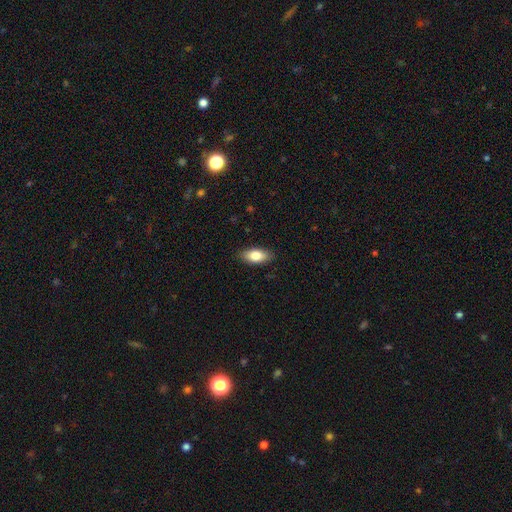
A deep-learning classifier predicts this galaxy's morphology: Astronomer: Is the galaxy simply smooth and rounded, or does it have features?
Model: smooth — 79%.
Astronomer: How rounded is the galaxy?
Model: in between — 87%.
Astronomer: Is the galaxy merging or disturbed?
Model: none — 88%.